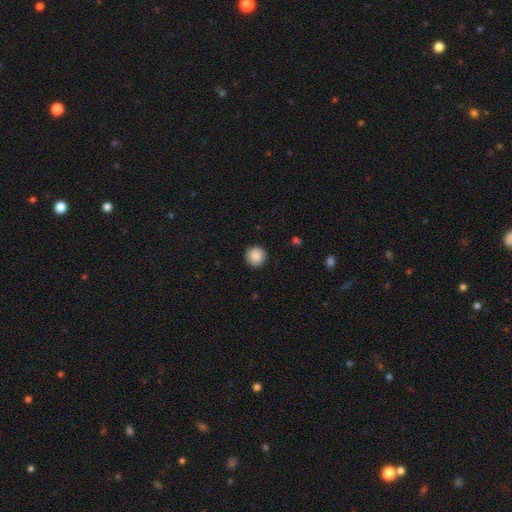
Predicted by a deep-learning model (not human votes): smooth 88%, star or artifact 8%, featured or disk 4%. Down the decision tree: how rounded — round (94%); merging — none (90%).